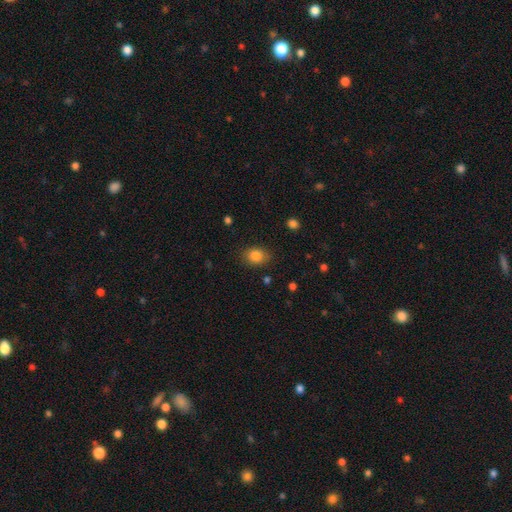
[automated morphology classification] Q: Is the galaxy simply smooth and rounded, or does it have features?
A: smooth — 84%.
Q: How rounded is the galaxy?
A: in between — 60%.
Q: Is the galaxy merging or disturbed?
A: none — 82%.